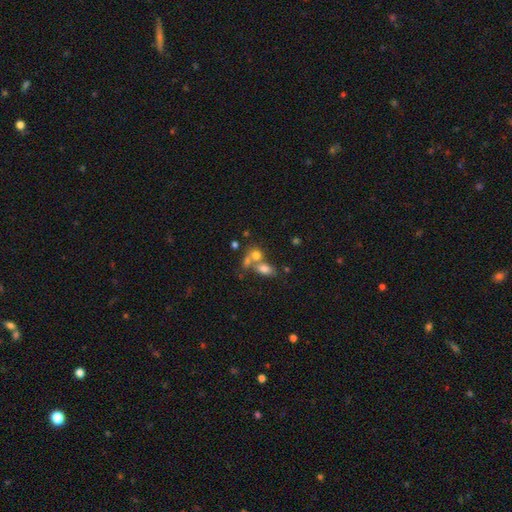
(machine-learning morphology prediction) Q: Smooth or featured?
A: smooth (58%); runner-up: featured or disk (23%)
Q: How rounded?
A: in between (50%); runner-up: round (46%)
Q: Merging?
A: merger (52%); runner-up: none (34%)